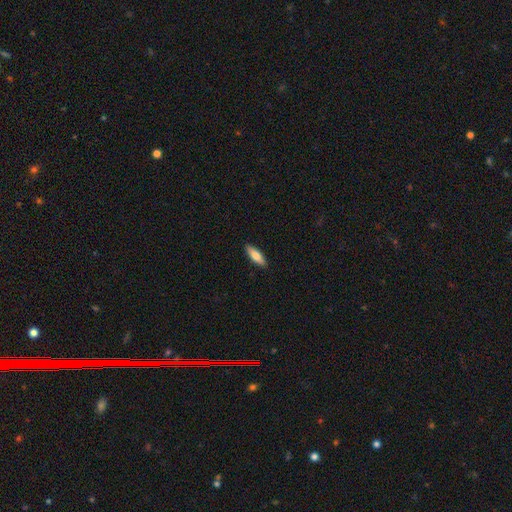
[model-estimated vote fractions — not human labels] The model was most divided on "how rounded" (2-way tie): in between: 49%, cigar-shaped: 49%, round: 2%. More confident: merging — none (90%); smooth or featured — smooth (73%).